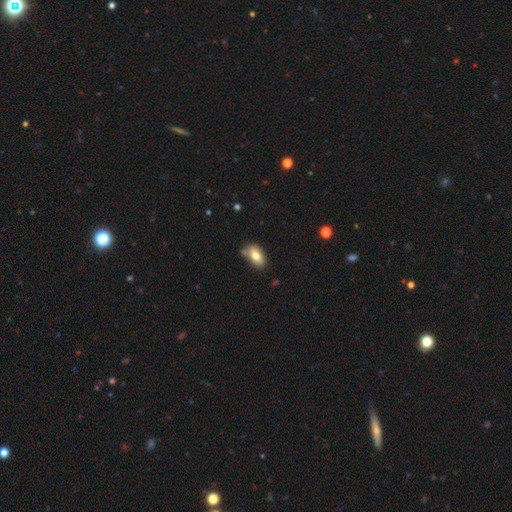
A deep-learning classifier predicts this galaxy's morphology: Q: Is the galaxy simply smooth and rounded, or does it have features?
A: smooth — 77%.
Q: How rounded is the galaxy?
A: in between — 91%.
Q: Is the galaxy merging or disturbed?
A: none — 60%.